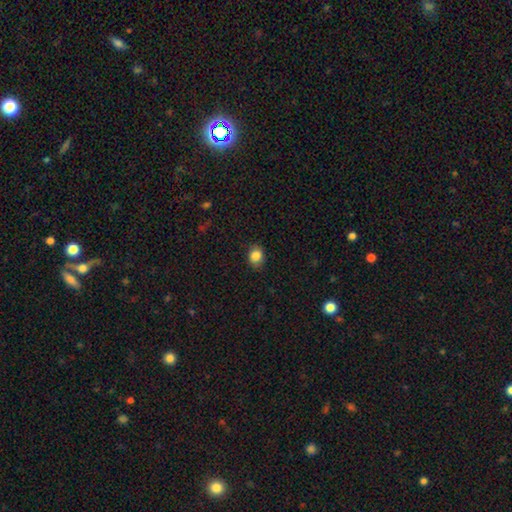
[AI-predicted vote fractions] A smooth galaxy with no disk features (85%) that is round (51%).

Vote fractions:
- Smooth or featured? smooth: 85% / star or artifact: 10% / featured or disk: 5%
- How rounded? round: 51% / in between: 48% / cigar-shaped: 1%
- Merging? none: 84% / minor disturbance: 13% / major disturbance: 3% / merger: 1%